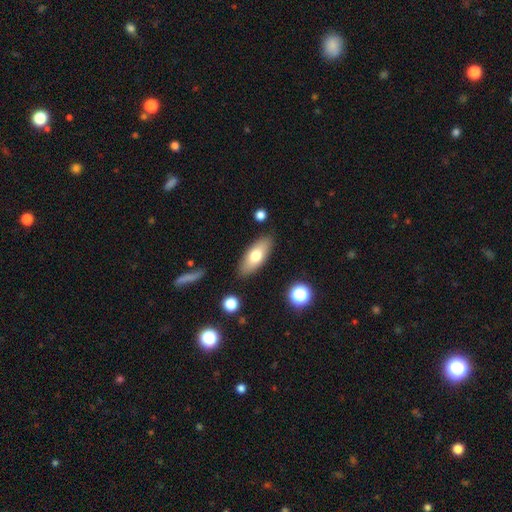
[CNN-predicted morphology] Smooth or featured?
  - smooth: 70% *
  - featured or disk: 24%
  - star or artifact: 7%
How rounded?
  - in between: 76% *
  - cigar-shaped: 21%
  - round: 3%
Merging?
  - none: 86% *
  - minor disturbance: 10%
  - major disturbance: 2%
  - merger: 2%